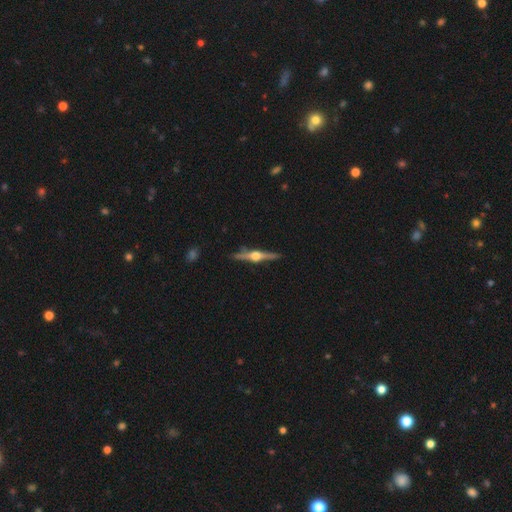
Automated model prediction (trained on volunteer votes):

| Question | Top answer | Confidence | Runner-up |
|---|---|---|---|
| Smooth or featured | featured or disk | 84% | smooth (11%) |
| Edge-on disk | yes | 98% | no (2%) |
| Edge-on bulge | rounded | 96% | boxy (3%) |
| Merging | none | 89% | minor disturbance (8%) |